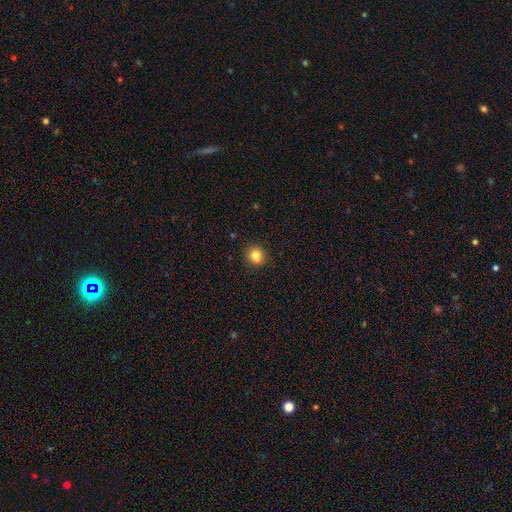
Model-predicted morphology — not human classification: A smooth galaxy with no disk features (83%) that is round (82%). Merging: none (82%).